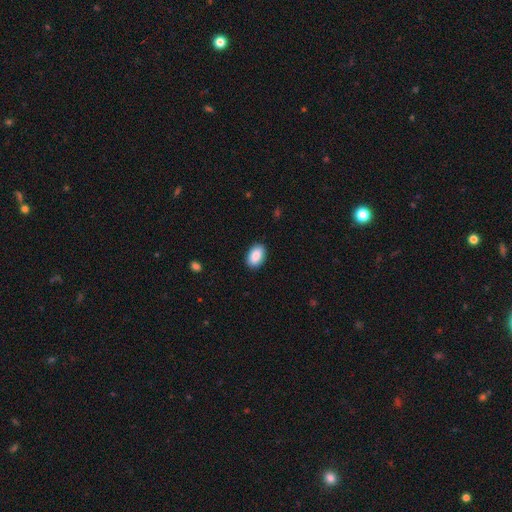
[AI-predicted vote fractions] Overall: smooth (89%). How rounded: in between (91%). Merging: none (89%).